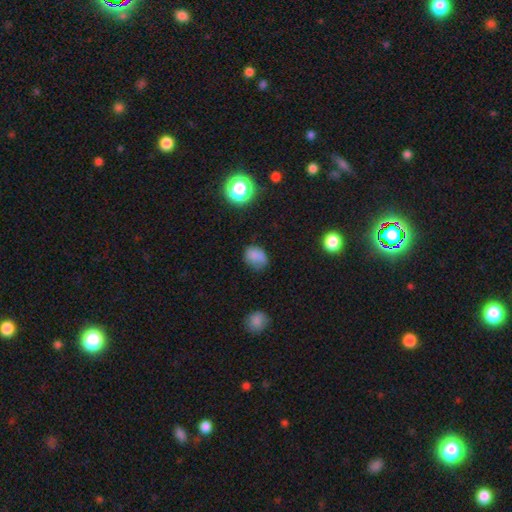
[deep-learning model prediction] This appears to be a smooth galaxy with no disk features (76%) that is in between round and cigar-shaped (54%). Merging: none (55%).